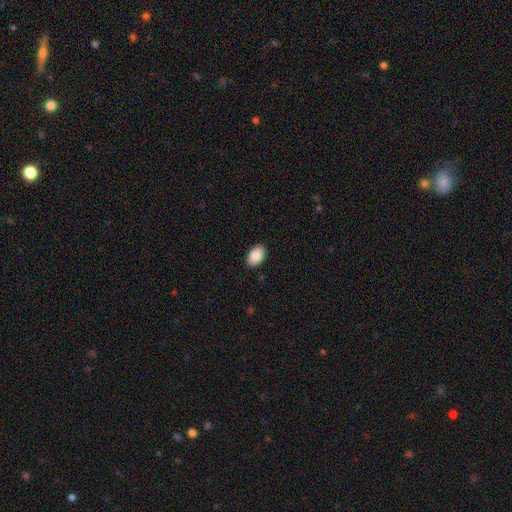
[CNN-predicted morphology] Smooth or featured?
  - smooth: 89% *
  - star or artifact: 7%
  - featured or disk: 5%
How rounded?
  - in between: 92% *
  - round: 7%
  - cigar-shaped: 1%
Merging?
  - none: 90% *
  - minor disturbance: 7%
  - major disturbance: 2%
  - merger: 1%